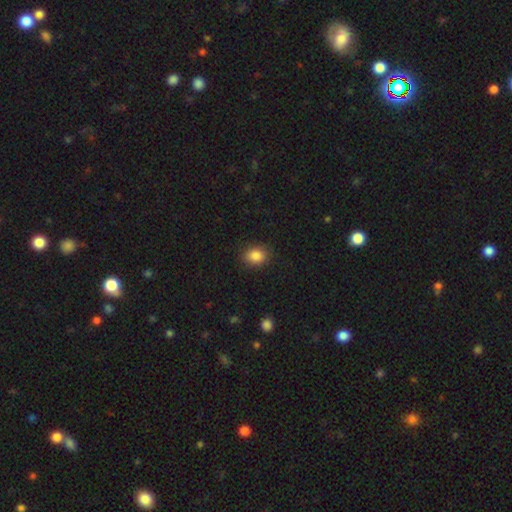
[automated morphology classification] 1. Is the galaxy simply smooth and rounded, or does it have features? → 86% smooth, 9% star or artifact, 5% featured or disk.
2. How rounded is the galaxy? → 53% in between, 46% round, 1% cigar-shaped.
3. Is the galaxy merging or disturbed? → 87% none, 10% minor disturbance, 3% major disturbance, 1% merger.